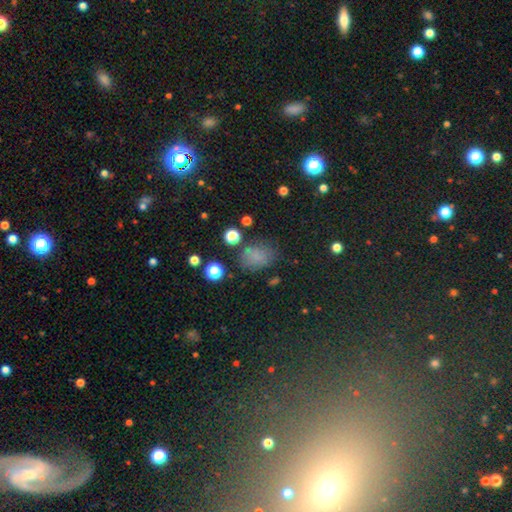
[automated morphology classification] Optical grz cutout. It shows a smooth galaxy with no disk features (68%) that is in between round and cigar-shaped (59%). Merging: none (66%).